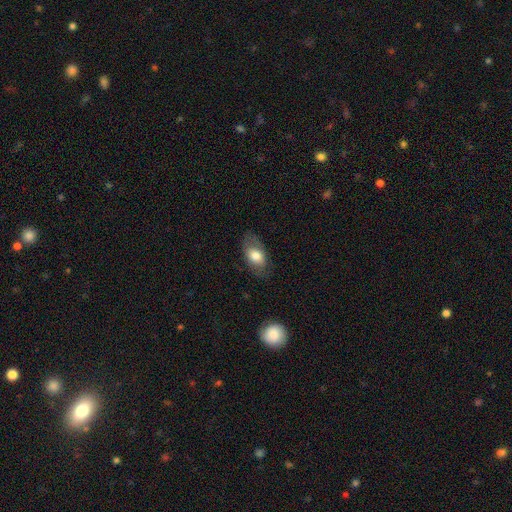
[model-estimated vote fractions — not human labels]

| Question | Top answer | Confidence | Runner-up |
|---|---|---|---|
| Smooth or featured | smooth | 69% | featured or disk (24%) |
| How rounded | in between | 89% | round (9%) |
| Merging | none | 74% | minor disturbance (17%) |